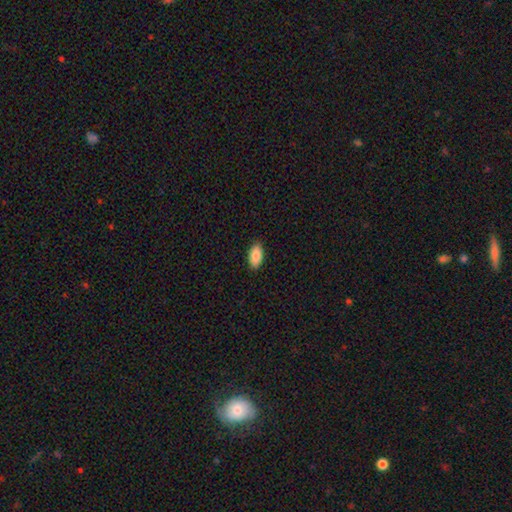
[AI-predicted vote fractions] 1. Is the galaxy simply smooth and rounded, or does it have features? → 87% smooth, 7% star or artifact, 6% featured or disk.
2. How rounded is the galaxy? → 93% in between, 5% cigar-shaped, 2% round.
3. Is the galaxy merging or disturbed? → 89% none, 8% minor disturbance, 2% major disturbance, 1% merger.